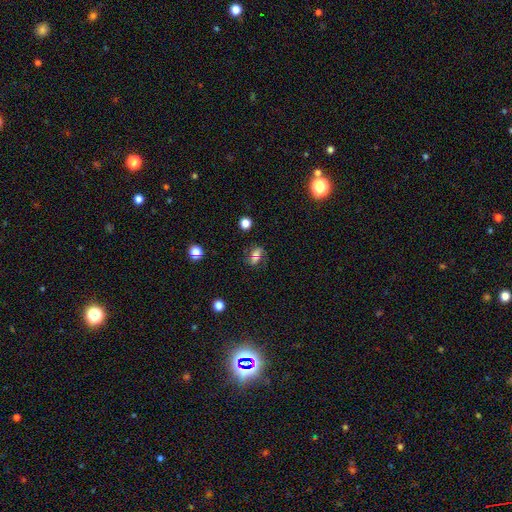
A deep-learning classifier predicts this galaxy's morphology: Overall: smooth (50%; featured or disk 31%). Merging: none (55%; minor disturbance 18%).